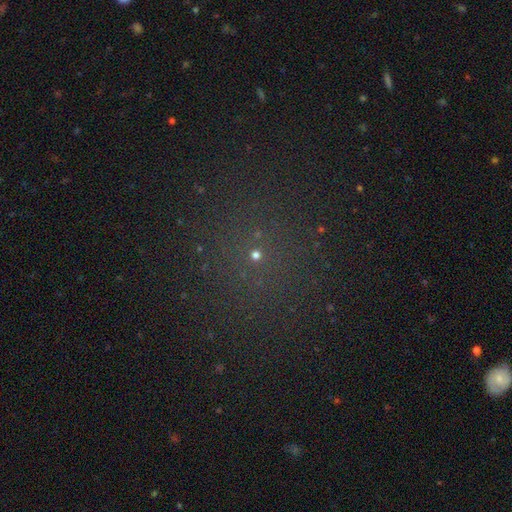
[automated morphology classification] A star or artifact, not a galaxy (50%).